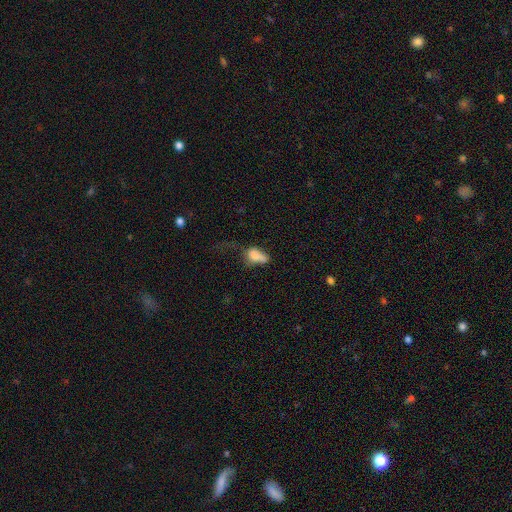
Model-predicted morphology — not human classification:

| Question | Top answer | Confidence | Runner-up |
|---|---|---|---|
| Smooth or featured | smooth | 74% | featured or disk (15%) |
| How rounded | in between | 86% | round (8%) |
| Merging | major disturbance | 44% | minor disturbance (24%) |